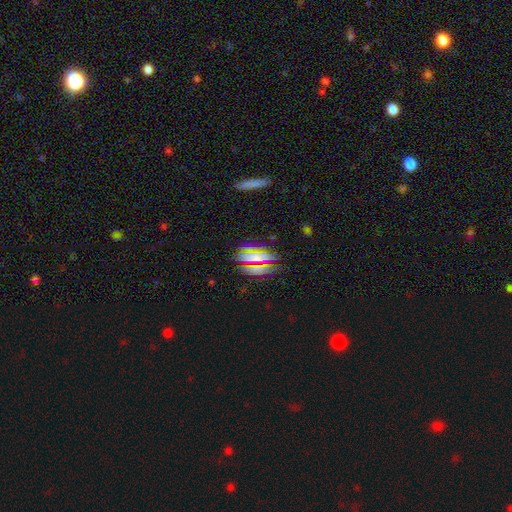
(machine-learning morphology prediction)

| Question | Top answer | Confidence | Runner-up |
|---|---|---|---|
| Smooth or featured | smooth | 54% | star or artifact (24%) |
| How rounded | in between | 75% | round (14%) |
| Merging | none | 72% | minor disturbance (18%) |